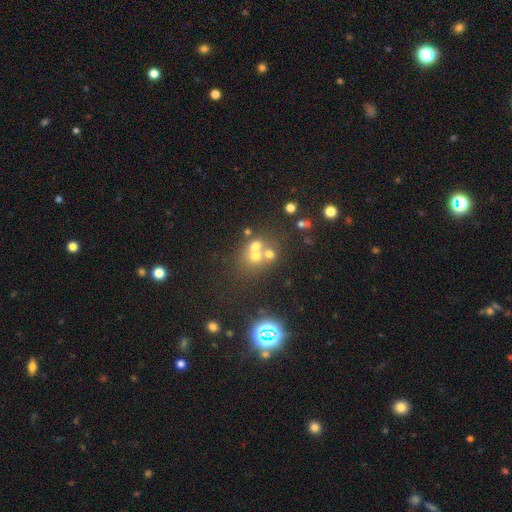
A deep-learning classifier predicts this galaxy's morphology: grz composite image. It shows a smooth galaxy with no disk features (54%) that is round (75%). Merging: merger (51%).